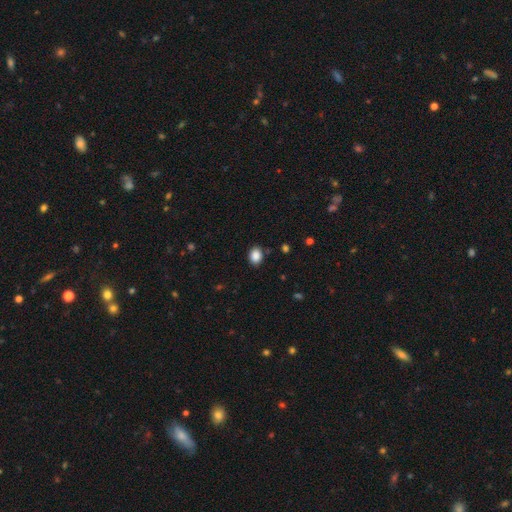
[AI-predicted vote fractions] Smooth or featured: smooth — 88% (star or artifact — 9%)
How rounded: in between — 65% (round — 34%)
Merging: none — 86% (minor disturbance — 10%)